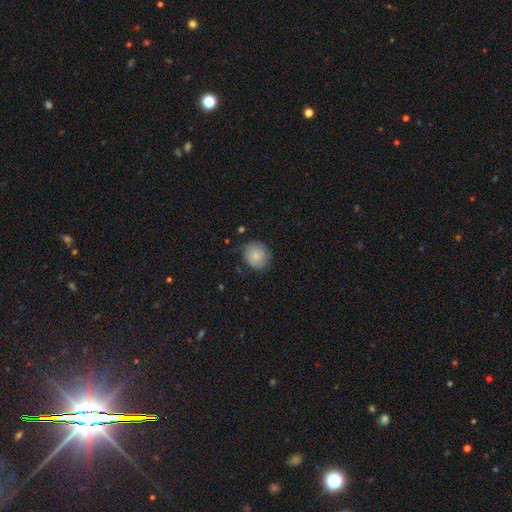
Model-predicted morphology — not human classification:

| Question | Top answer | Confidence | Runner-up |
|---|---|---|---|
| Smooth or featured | smooth | 77% | featured or disk (15%) |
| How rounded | round | 83% | in between (16%) |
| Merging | none | 68% | minor disturbance (24%) |